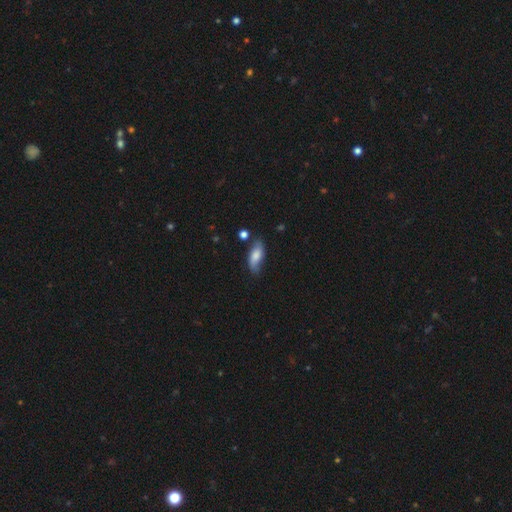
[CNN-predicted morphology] The model was most divided on "merging": none: 62%, minor disturbance: 26%, major disturbance: 7%, merger: 5%. More confident: how rounded — in between (81%); smooth or featured — smooth (68%).